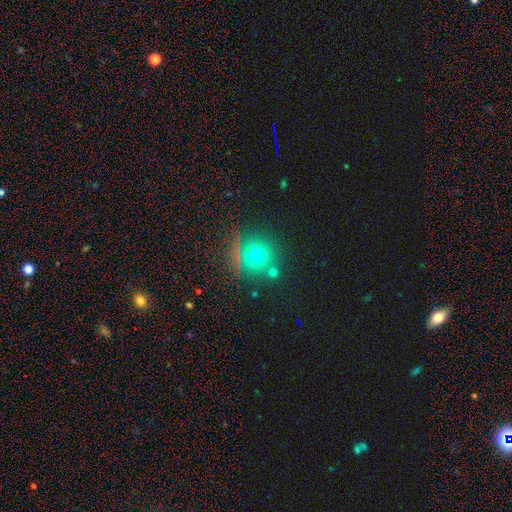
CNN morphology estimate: Smooth or featured? smooth (65%)
How rounded? round (94%)
Merging? none (77%)